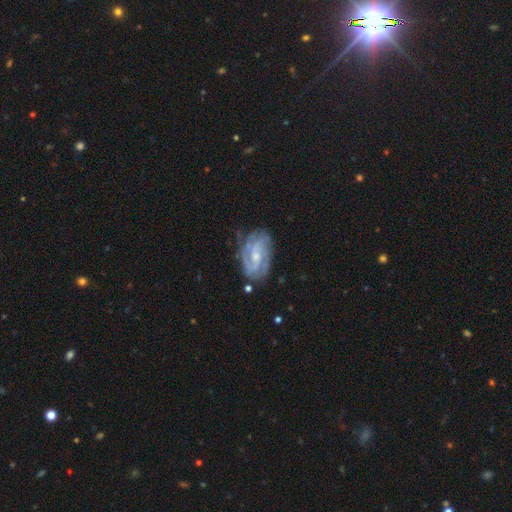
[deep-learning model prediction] Overall: featured or disk (84%). Edge-on disk: no (97%). Bar: weak (46%; no 43%). Spiral arms: yes (95%). Spiral arm count: 2 (41%; can't tell 23%). Spiral winding: tight (51%; medium 39%). Bulge size: small (50%; moderate 42%). Merging: none (70%).